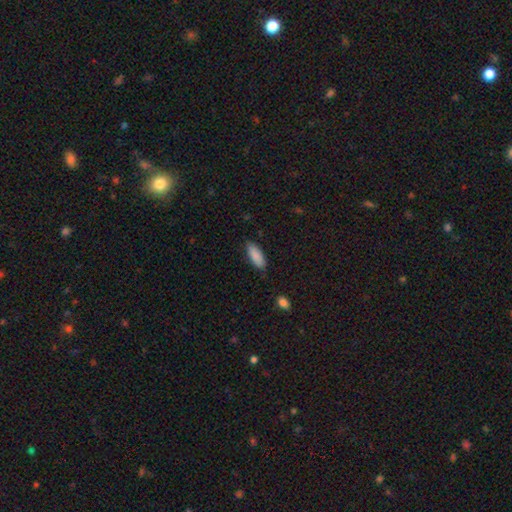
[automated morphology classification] type=smooth (89%); roundness=in between (74%); merging=none (84%).